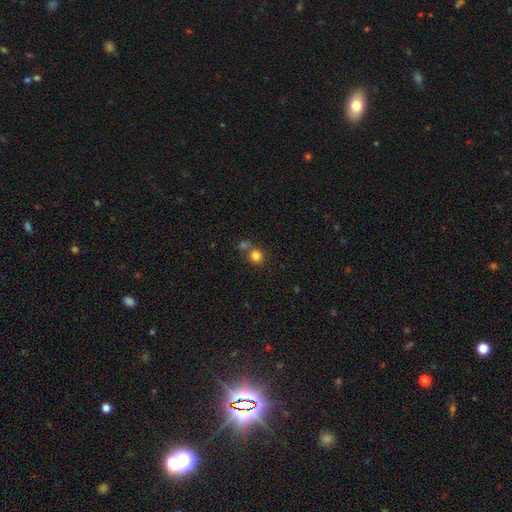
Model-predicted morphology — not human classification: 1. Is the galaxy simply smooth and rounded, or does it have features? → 82% smooth, 12% star or artifact, 6% featured or disk.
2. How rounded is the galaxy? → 90% round, 9% in between, 1% cigar-shaped.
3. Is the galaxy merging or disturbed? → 59% none, 30% merger, 8% minor disturbance, 3% major disturbance.